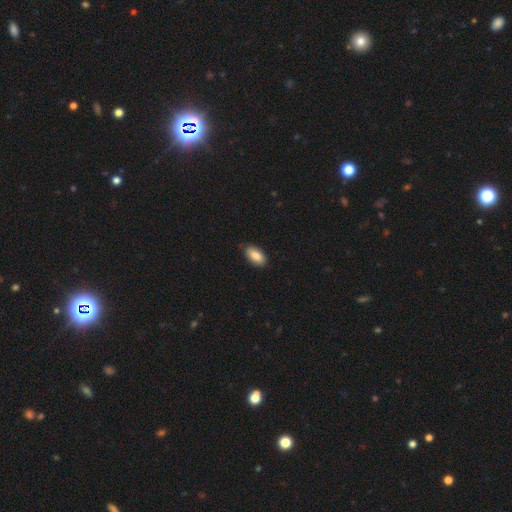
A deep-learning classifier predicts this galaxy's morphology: A smooth galaxy with no disk features (87%) that is in between round and cigar-shaped (93%).

Vote fractions:
- Smooth or featured? smooth: 87% / featured or disk: 7% / star or artifact: 7%
- How rounded? in between: 93% / cigar-shaped: 3% / round: 3%
- Merging? none: 84% / minor disturbance: 13% / major disturbance: 2% / merger: 1%